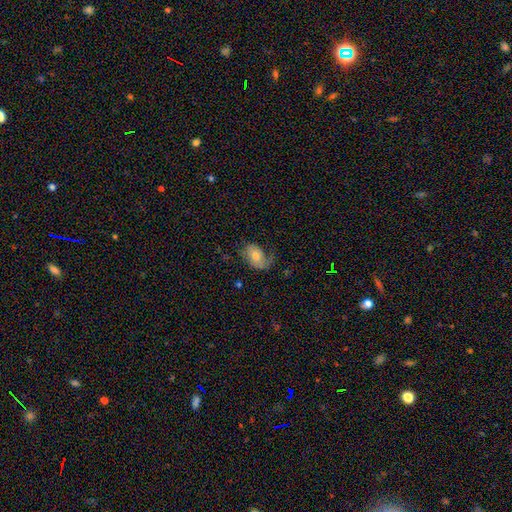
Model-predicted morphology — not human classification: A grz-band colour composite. It shows a smooth galaxy with no disk features (47%). Merging: none (47%).